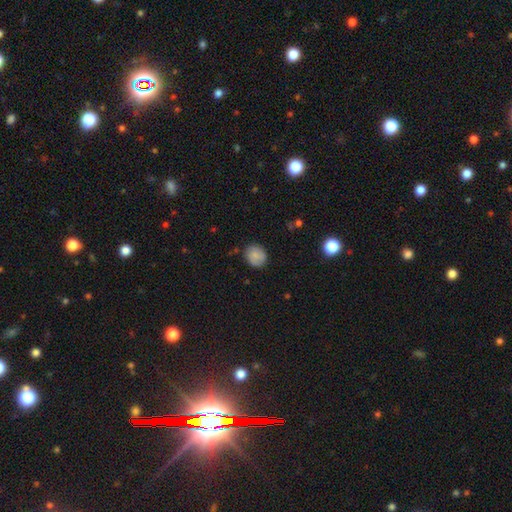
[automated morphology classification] A smooth galaxy with no disk features (80%) that is round (74%). Merging: none (82%).